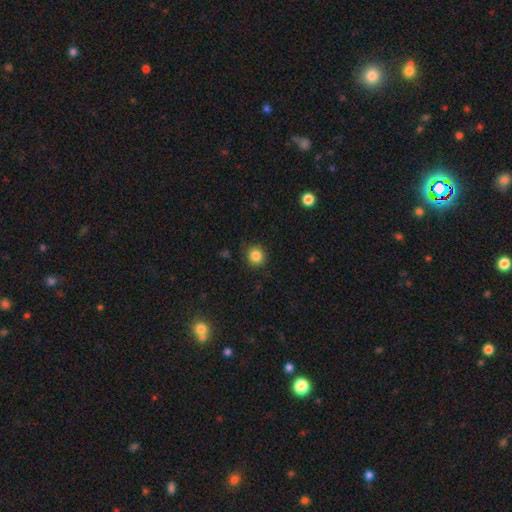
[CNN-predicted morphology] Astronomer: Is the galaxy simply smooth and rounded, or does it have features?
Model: smooth — 86%.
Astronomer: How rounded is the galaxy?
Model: round — 88%.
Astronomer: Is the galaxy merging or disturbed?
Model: none — 88%.